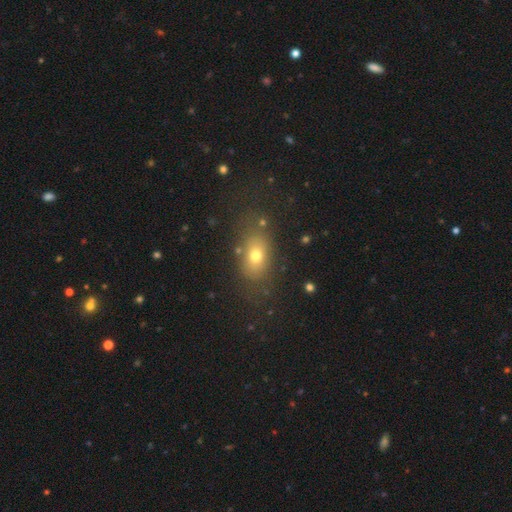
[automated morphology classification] Overall: smooth (70%). How rounded: in between (76%). Merging: none (74%).